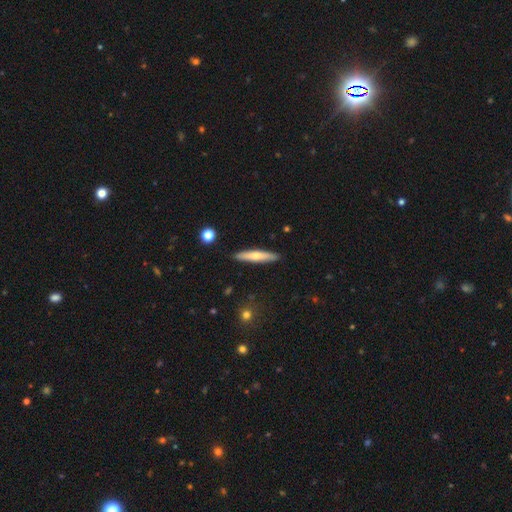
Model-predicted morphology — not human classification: A smooth galaxy with no disk features (50%).

Vote fractions:
- Smooth or featured? smooth: 50% / featured or disk: 44% / star or artifact: 6%
- Merging? none: 90% / minor disturbance: 7% / major disturbance: 1% / merger: 1%